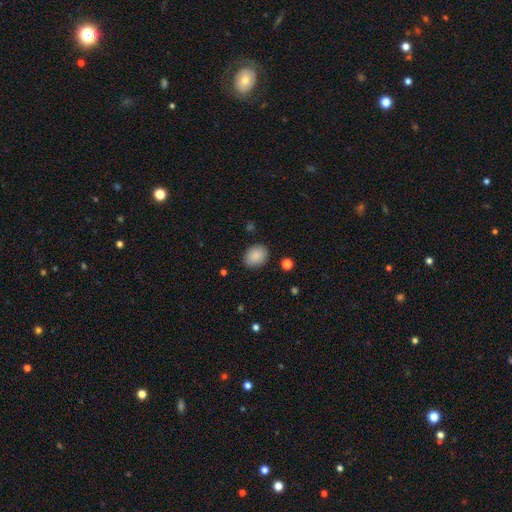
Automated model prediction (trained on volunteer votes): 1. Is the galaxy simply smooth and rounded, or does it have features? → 88% smooth, 8% star or artifact, 4% featured or disk.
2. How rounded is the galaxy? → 60% in between, 39% round, 1% cigar-shaped.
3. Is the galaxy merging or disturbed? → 86% none, 10% minor disturbance, 3% major disturbance, 1% merger.